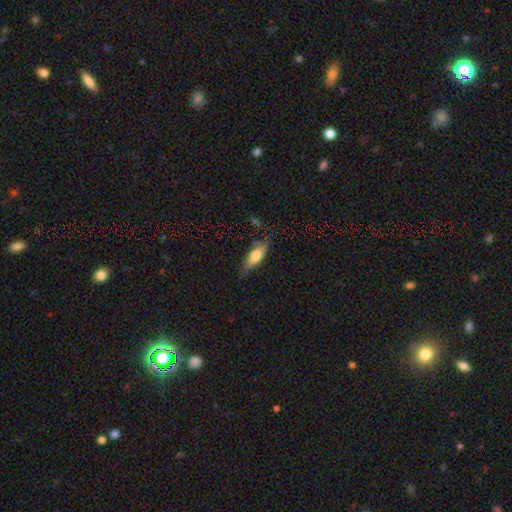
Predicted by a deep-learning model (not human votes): Morphology: type=smooth (69%); roundness=in between (60%); merging=none (69%).